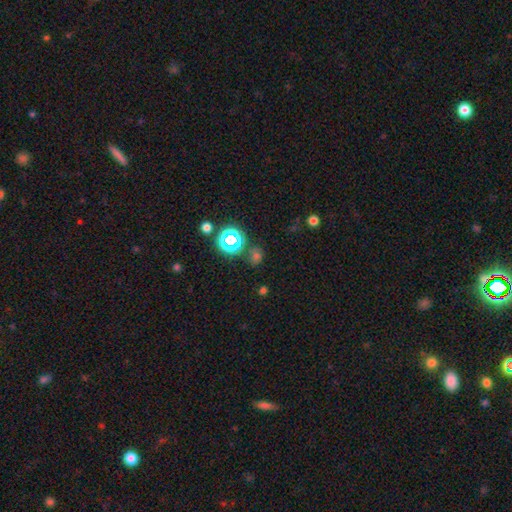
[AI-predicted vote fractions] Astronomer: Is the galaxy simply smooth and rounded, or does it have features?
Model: star or artifact — 47% (runner-up: smooth, 45%).